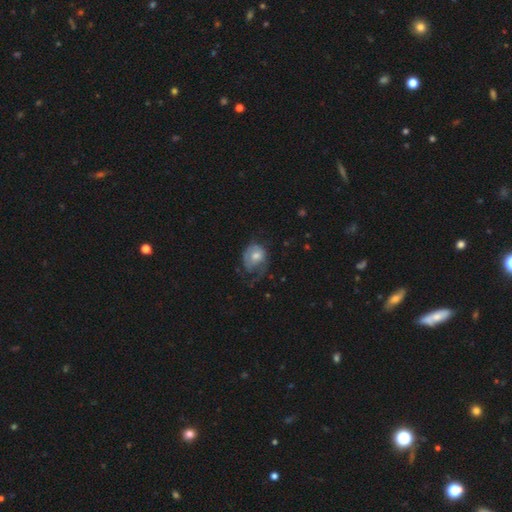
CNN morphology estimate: Smooth or featured? Predicted: smooth (p=0.47). Merging? Predicted: major disturbance (p=0.42).